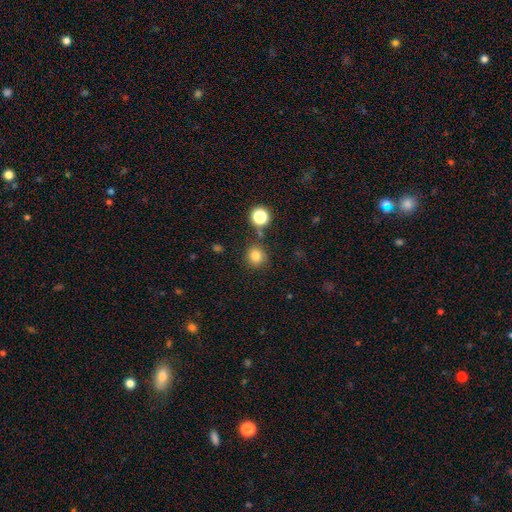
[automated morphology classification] Smooth or featured?
  - smooth: 81% *
  - star or artifact: 14%
  - featured or disk: 5%
How rounded?
  - round: 90% *
  - in between: 9%
  - cigar-shaped: 1%
Merging?
  - none: 82% *
  - minor disturbance: 9%
  - merger: 6%
  - major disturbance: 3%